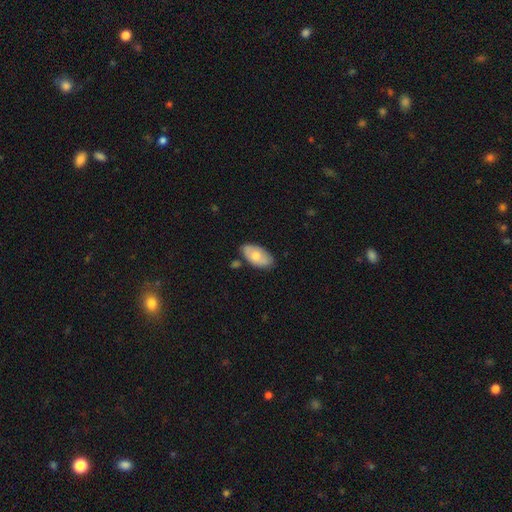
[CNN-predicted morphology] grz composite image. It shows a smooth galaxy with no disk features (65%) that is in between round and cigar-shaped (94%). Merging: none (75%).